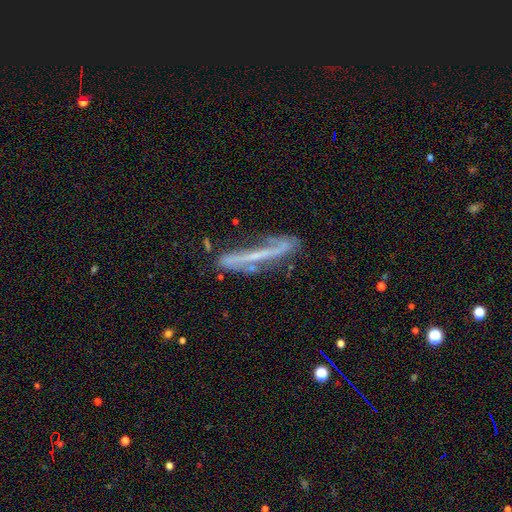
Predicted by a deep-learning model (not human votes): smooth_or_featured: featured or disk (p=0.60) [alt: smooth p=0.27]
disk_edge_on: yes (p=0.67) [alt: no p=0.33]
merging: none (p=0.63) [alt: minor disturbance p=0.22]